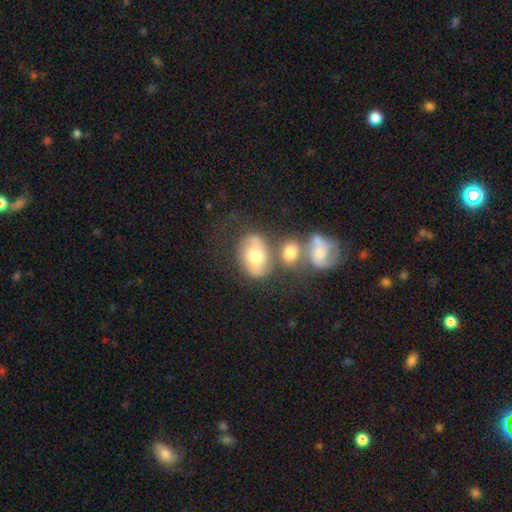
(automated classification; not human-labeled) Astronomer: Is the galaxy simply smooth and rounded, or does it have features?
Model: smooth — 50% (runner-up: featured or disk, 41%).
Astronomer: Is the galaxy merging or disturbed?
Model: none — 50% (runner-up: merger, 26%).